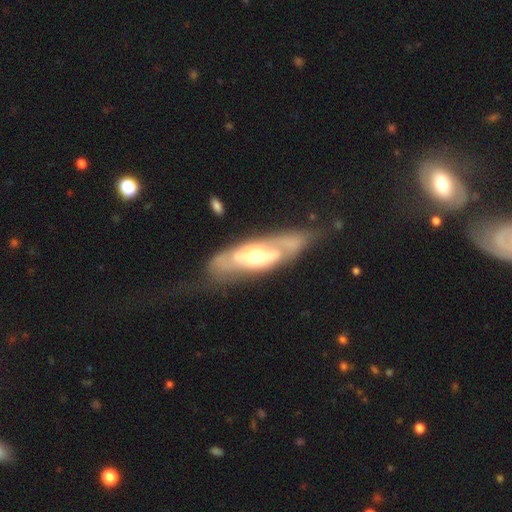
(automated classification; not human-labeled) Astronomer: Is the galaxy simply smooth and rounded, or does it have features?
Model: featured or disk — 70%.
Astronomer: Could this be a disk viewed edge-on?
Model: no — 78%.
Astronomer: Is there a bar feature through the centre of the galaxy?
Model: no — 65%.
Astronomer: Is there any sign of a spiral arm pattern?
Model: yes — 58% (runner-up: no, 42%).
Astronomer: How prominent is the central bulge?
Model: moderate — 62%.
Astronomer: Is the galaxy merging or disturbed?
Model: none — 53%.